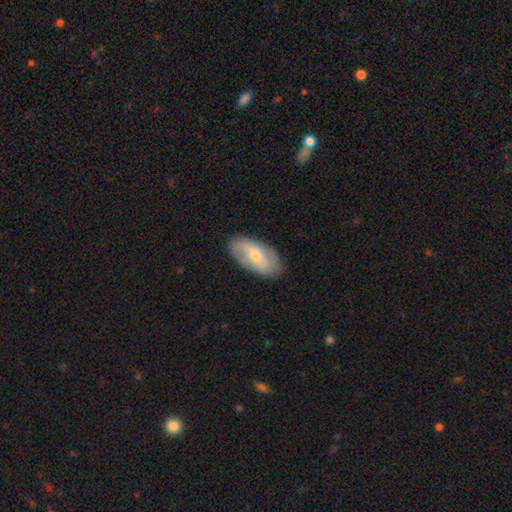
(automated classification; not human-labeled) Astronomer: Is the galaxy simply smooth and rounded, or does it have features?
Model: featured or disk — 53% (runner-up: smooth, 41%).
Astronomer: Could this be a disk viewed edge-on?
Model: no — 91%.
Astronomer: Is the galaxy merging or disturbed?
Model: none — 81%.